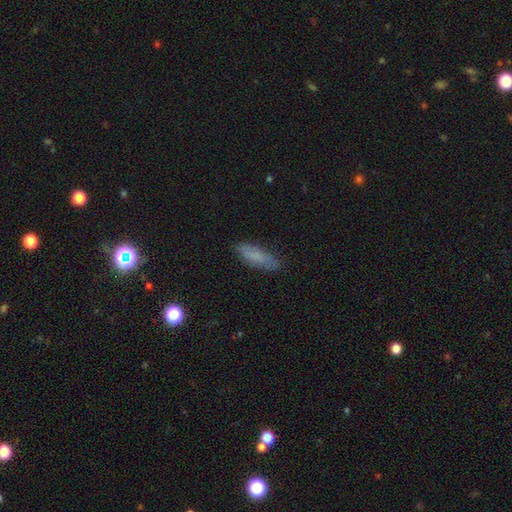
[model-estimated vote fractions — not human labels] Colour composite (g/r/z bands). It shows a smooth galaxy with no disk features (74%) that is in between round and cigar-shaped (53%). Merging: none (79%).